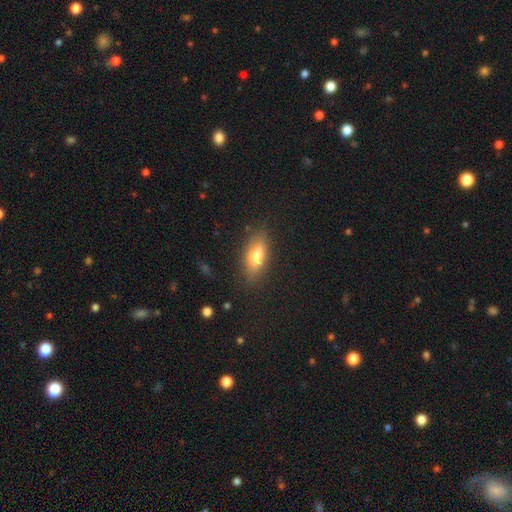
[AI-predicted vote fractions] smooth 68%, featured or disk 23%, star or artifact 8%. Down the decision tree: how rounded — in between (73%); merging — none (83%).